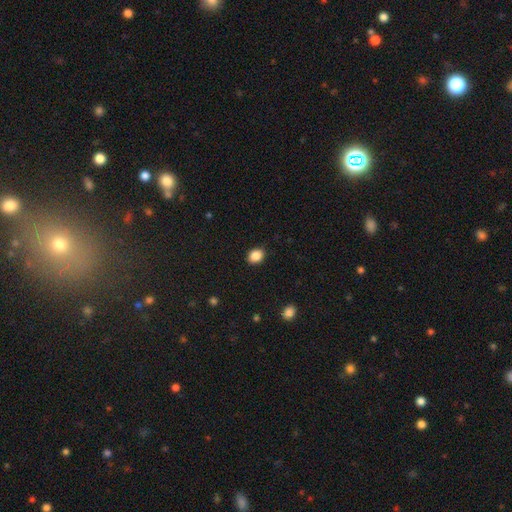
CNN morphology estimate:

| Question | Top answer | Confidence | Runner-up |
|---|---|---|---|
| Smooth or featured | smooth | 88% | star or artifact (9%) |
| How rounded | in between | 50% | round (49%) |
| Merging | none | 89% | minor disturbance (8%) |